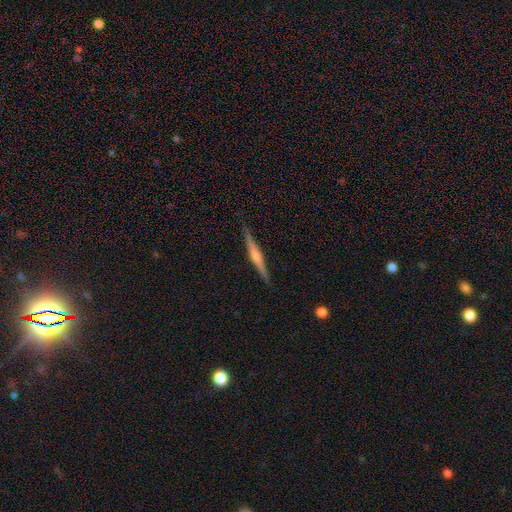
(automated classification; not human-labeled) smooth_or_featured: featured or disk (p=0.74) [alt: smooth p=0.20]
disk_edge_on: yes (p=0.98) [alt: no p=0.02]
edge_on_bulge: rounded (p=0.73) [alt: none p=0.14]
merging: none (p=0.91) [alt: minor disturbance p=0.07]